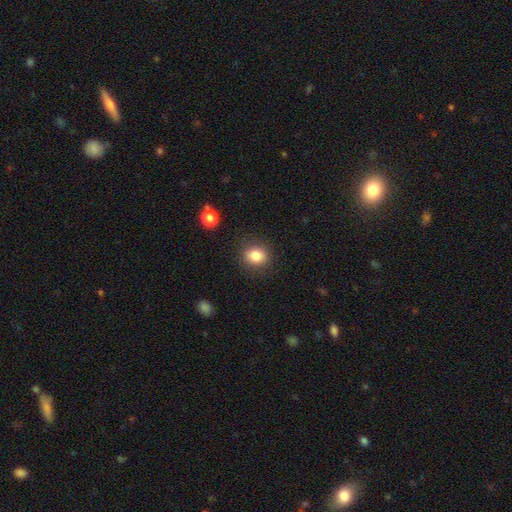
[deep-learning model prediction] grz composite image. It shows a smooth galaxy with no disk features (82%) that is round (75%). Merging: none (88%).